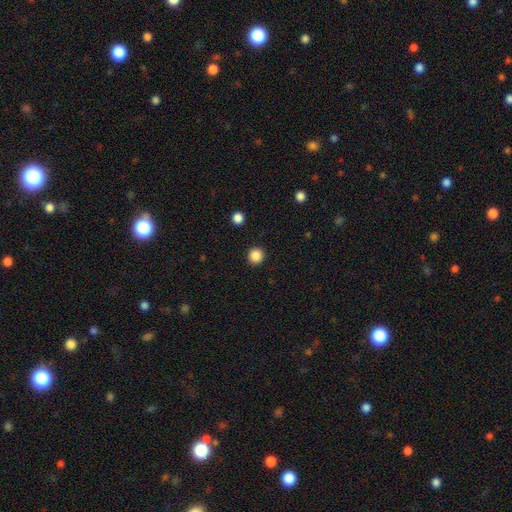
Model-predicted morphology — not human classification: smooth_or_featured: smooth (p=0.87) [alt: star or artifact p=0.11]
how_rounded: round (p=0.95) [alt: in between p=0.04]
merging: none (p=0.93) [alt: minor disturbance p=0.04]